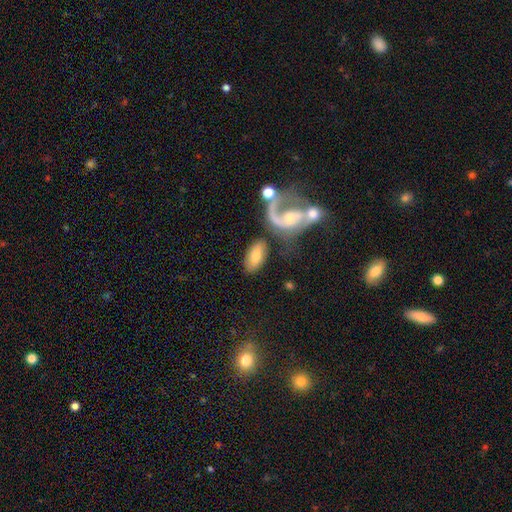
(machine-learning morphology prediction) Q: Smooth or featured?
A: smooth (62%); runner-up: featured or disk (32%)
Q: How rounded?
A: in between (91%); runner-up: cigar-shaped (5%)
Q: Merging?
A: none (64%); runner-up: merger (15%)